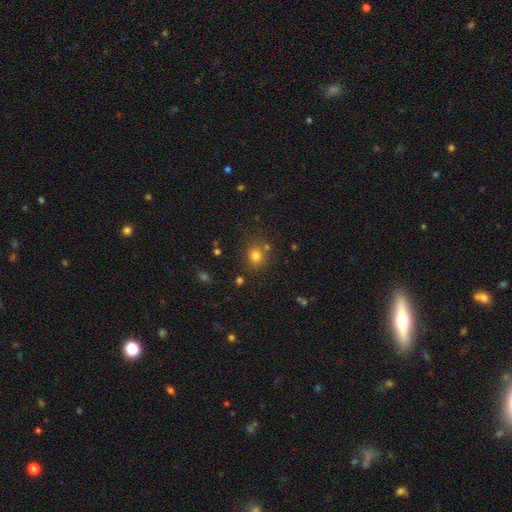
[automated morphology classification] smooth-or-featured: smooth: 78% | star or artifact: 15% | featured or disk: 7%
  how-rounded: round: 78% | in between: 21% | cigar-shaped: 1%
  merging: none: 75% | minor disturbance: 11% | merger: 10% | major disturbance: 4%